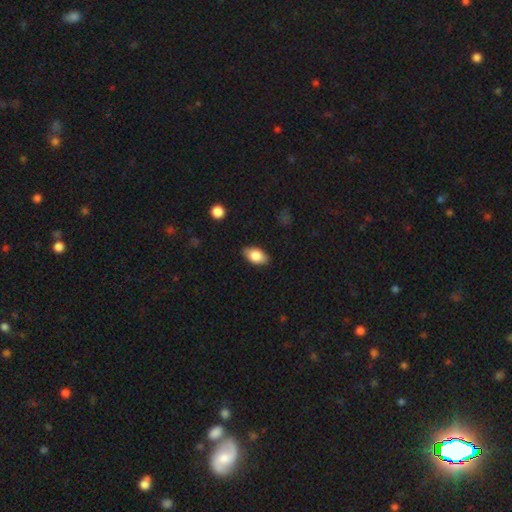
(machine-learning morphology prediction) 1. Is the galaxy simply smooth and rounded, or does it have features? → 82% smooth, 11% featured or disk, 7% star or artifact.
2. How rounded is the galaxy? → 93% in between, 5% round, 3% cigar-shaped.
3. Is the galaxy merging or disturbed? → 85% none, 11% minor disturbance, 2% major disturbance, 1% merger.